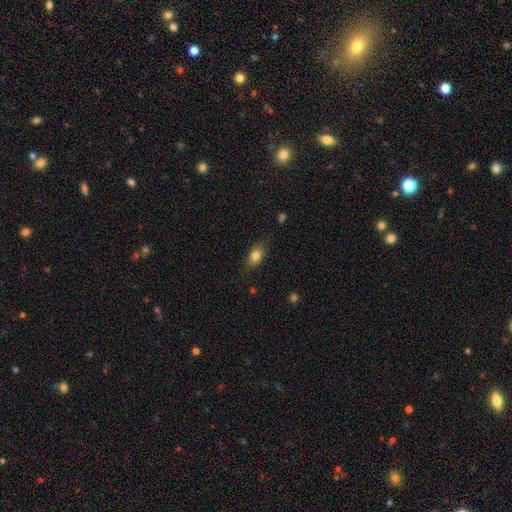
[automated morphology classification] smooth-or-featured: smooth: 79% | featured or disk: 12% | star or artifact: 9%
  how-rounded: in between: 80% | round: 14% | cigar-shaped: 6%
  merging: none: 80% | minor disturbance: 15% | major disturbance: 3% | merger: 1%